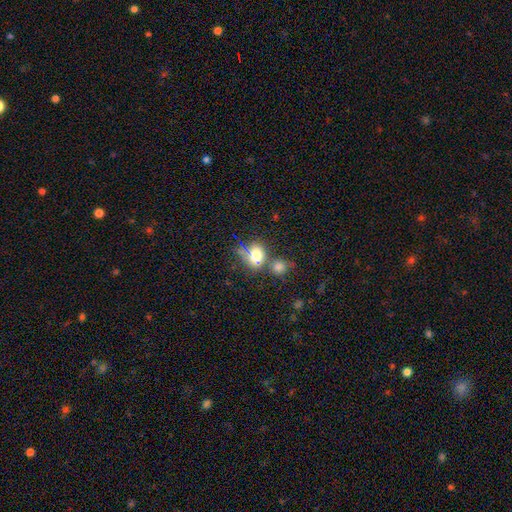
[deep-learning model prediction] Smooth or featured?
  - smooth: 73% *
  - featured or disk: 14%
  - star or artifact: 13%
How rounded?
  - round: 64% *
  - in between: 34%
  - cigar-shaped: 2%
Merging?
  - none: 43% *
  - merger: 35%
  - minor disturbance: 14%
  - major disturbance: 8%